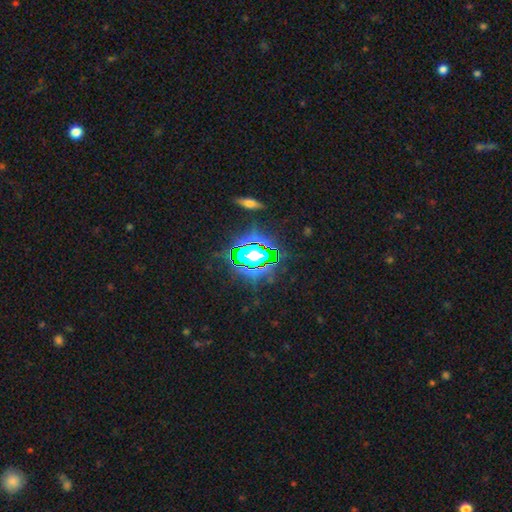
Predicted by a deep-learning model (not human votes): smooth_or_featured: star or artifact (p=0.78) [alt: smooth p=0.12]